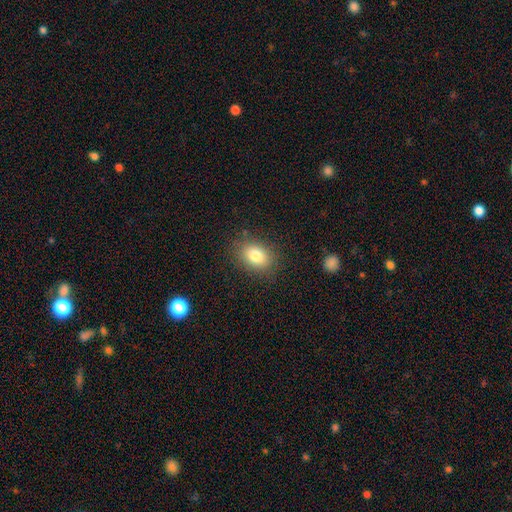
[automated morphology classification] The model was most divided on "how rounded": in between: 72%, round: 26%, cigar-shaped: 1%. More confident: merging — none (85%); smooth or featured — smooth (82%).